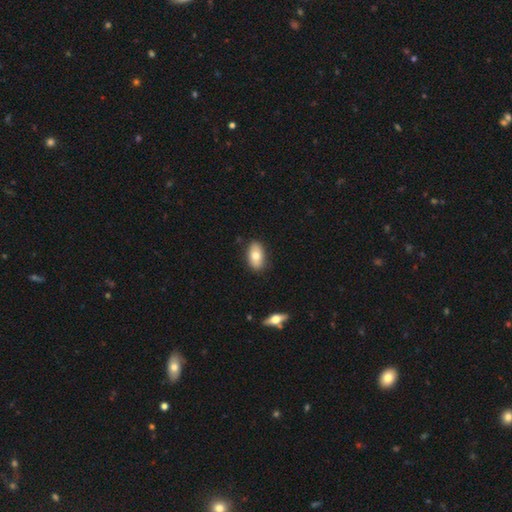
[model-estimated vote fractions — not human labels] Smooth or featured? Predicted: smooth (p=0.73). How rounded? Predicted: in between (p=0.91). Merging? Predicted: none (p=0.86).